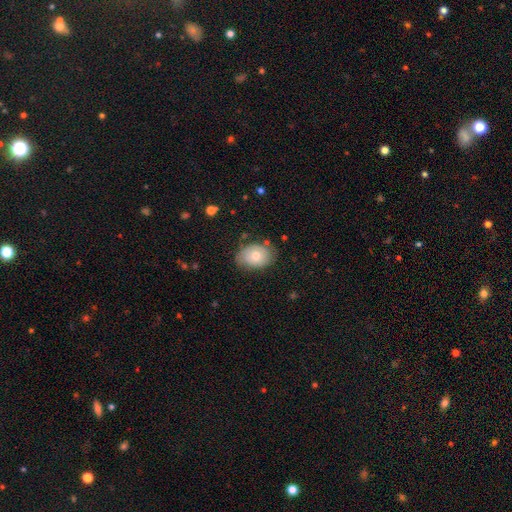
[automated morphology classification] Overall: smooth (68%). How rounded: in between (70%). Merging: none (73%).